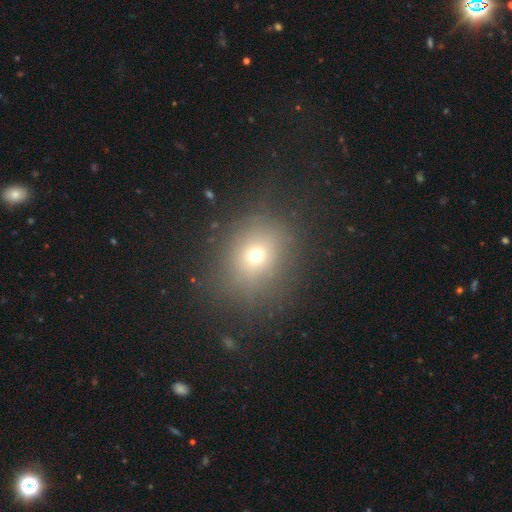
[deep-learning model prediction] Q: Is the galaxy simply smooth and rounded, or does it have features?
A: smooth — 66%.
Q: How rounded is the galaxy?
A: round — 71%.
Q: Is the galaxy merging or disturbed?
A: none — 76%.